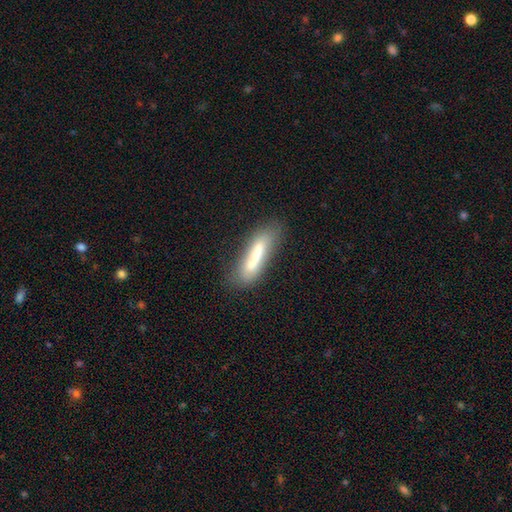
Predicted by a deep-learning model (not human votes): Smooth or featured? smooth (66%)
How rounded? cigar-shaped (79%)
Merging? none (63%)